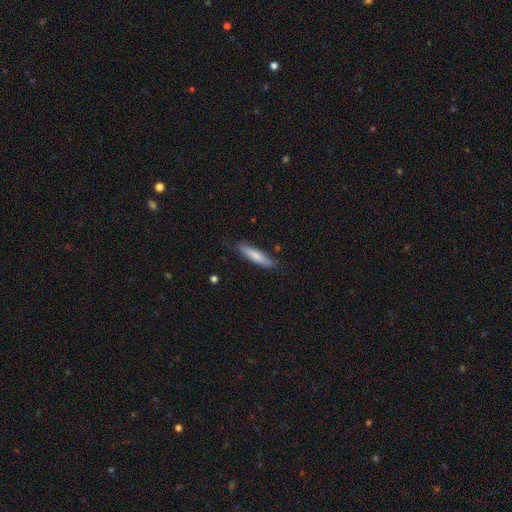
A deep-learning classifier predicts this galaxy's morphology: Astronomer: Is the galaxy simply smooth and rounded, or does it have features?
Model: smooth — 76%.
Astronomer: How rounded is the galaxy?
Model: cigar-shaped — 77%.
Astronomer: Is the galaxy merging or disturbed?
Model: none — 82%.